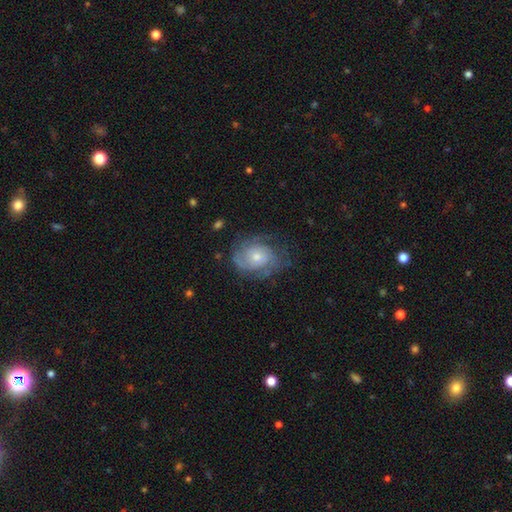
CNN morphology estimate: Smooth or featured: featured or disk — 70% (smooth — 23%)
Edge-on disk: no — 97% (yes — 3%)
Bar: no — 77% (weak — 21%)
Spiral arms: yes — 87% (no — 13%)
Spiral winding: tight — 55% (medium — 34%)
Spiral arm count: can't tell — 39% (2 — 33%)
Bulge size: moderate — 49% (small — 43%)
Merging: none — 65% (minor disturbance — 22%)